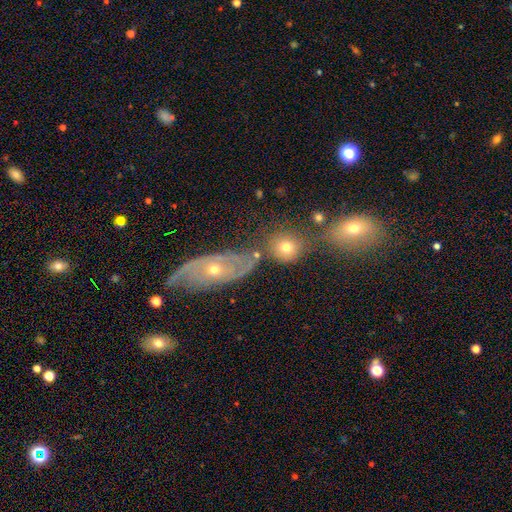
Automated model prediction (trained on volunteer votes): smooth_or_featured: smooth (p=0.48) [alt: featured or disk p=0.38]
merging: none (p=0.59) [alt: merger p=0.18]